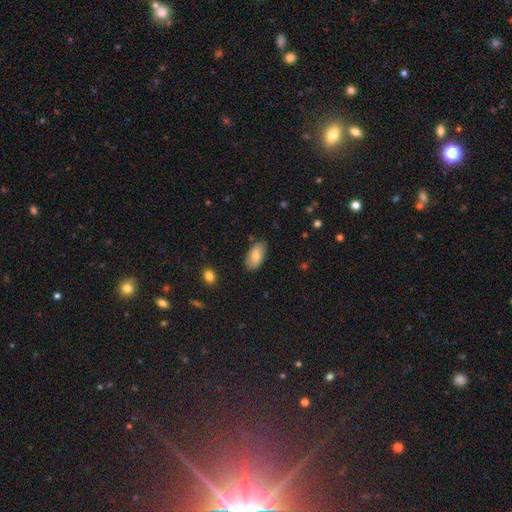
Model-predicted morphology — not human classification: smooth_or_featured: smooth (p=0.78) [alt: featured or disk p=0.16]
how_rounded: in between (p=0.94) [alt: cigar-shaped p=0.04]
merging: none (p=0.81) [alt: minor disturbance p=0.15]